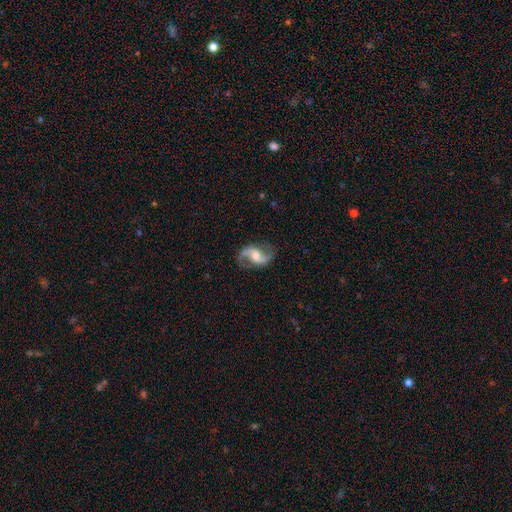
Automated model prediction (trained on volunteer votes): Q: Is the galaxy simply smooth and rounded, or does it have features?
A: featured or disk — 90%.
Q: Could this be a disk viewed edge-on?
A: no — 98%.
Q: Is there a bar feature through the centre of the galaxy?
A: weak — 45%.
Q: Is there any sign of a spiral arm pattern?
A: yes — 97%.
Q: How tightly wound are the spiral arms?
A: loose — 48%.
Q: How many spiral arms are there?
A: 2 — 94%.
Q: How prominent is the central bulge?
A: moderate — 58%.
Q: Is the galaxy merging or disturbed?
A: none — 82%.